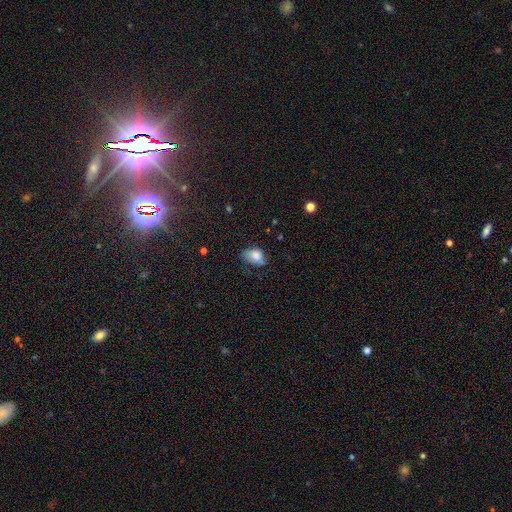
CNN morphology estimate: A smooth galaxy with no disk features (76%) that is in between round and cigar-shaped (80%).

Vote fractions:
- Smooth or featured? smooth: 76% / featured or disk: 14% / star or artifact: 10%
- How rounded? in between: 80% / round: 19% / cigar-shaped: 2%
- Merging? minor disturbance: 39% / none: 37% / major disturbance: 21% / merger: 3%